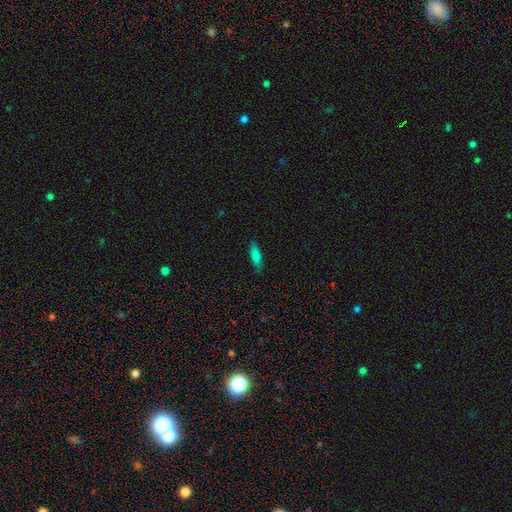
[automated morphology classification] Q: Smooth or featured?
A: smooth (75%); runner-up: featured or disk (17%)
Q: How rounded?
A: cigar-shaped (56%); runner-up: in between (42%)
Q: Merging?
A: none (86%); runner-up: minor disturbance (11%)